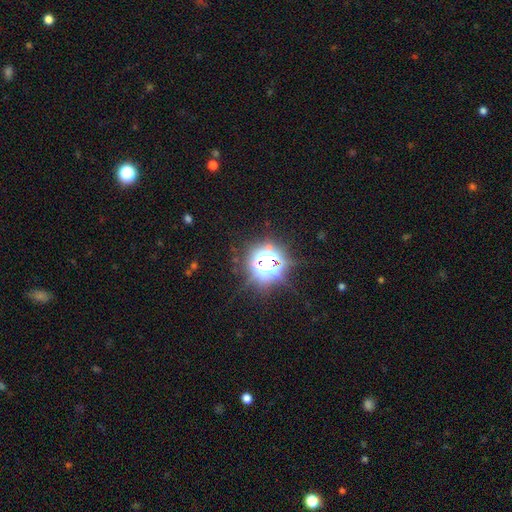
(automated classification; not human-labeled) A star or artifact, not a galaxy (82%).